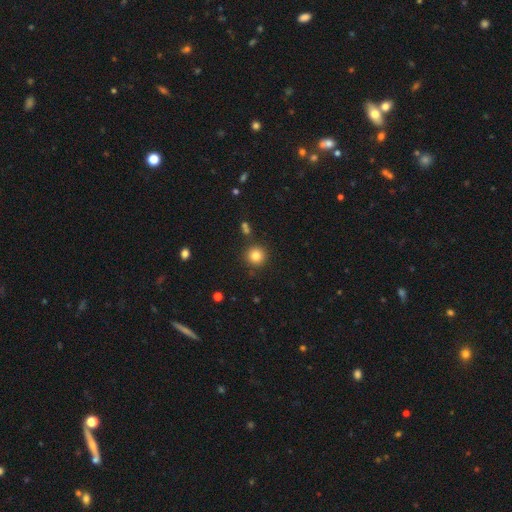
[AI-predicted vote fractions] The model was most divided on "smooth or featured": smooth: 83%, star or artifact: 12%, featured or disk: 6%. More confident: how rounded — round (94%); merging — none (87%).